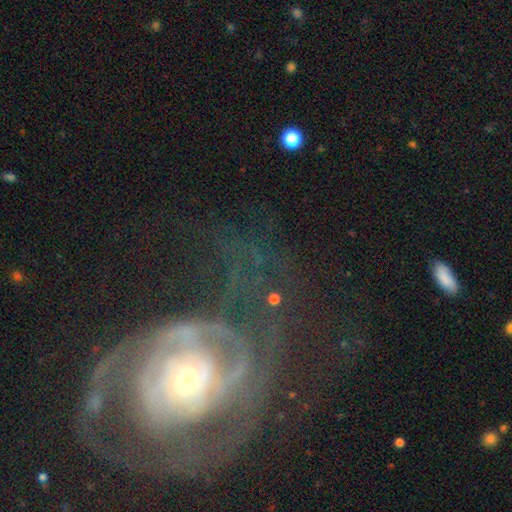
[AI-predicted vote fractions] Smooth or featured: featured or disk — 77% (star or artifact — 12%)
Edge-on disk: no — 95% (yes — 5%)
Bar: no — 73% (weak — 18%)
Spiral arms: yes — 78% (no — 22%)
Spiral winding: tight — 61% (medium — 27%)
Spiral arm count: can't tell — 44% (2 — 22%)
Bulge size: small — 49% (moderate — 44%)
Merging: none — 44% (major disturbance — 36%)